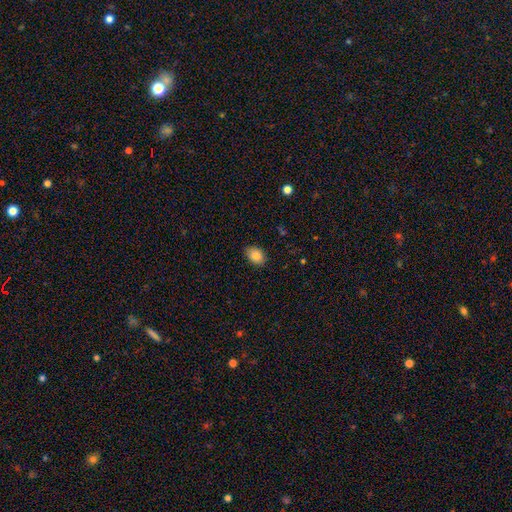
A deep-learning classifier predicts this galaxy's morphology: smooth_or_featured: smooth (p=0.85) [alt: star or artifact p=0.08]
how_rounded: in between (p=0.71) [alt: round p=0.28]
merging: none (p=0.85) [alt: minor disturbance p=0.12]